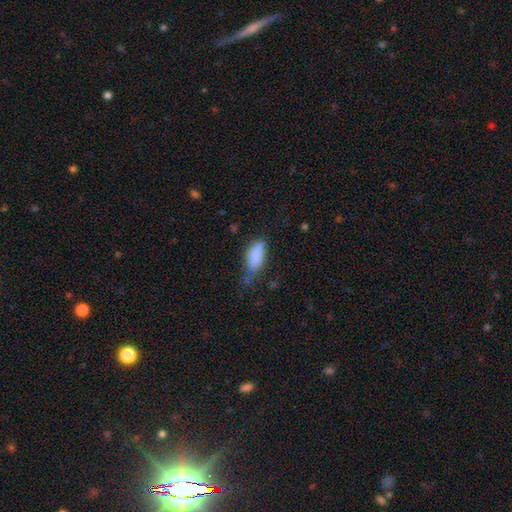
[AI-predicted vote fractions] A smooth galaxy with no disk features (82%) that is in between round and cigar-shaped (83%). Merging: none (45%).